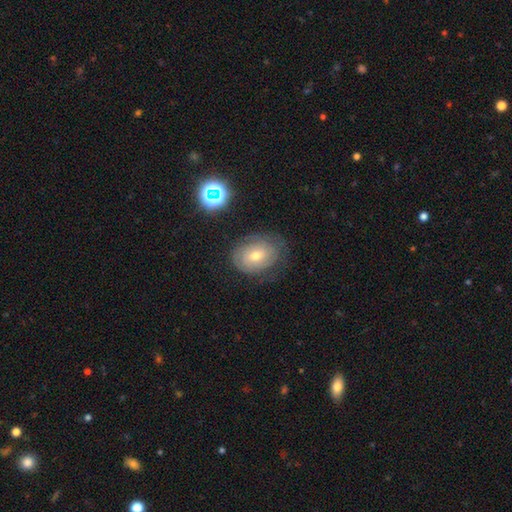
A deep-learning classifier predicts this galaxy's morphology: This appears to be a featured or disk galaxy (58%) with no bar (63%), spiral arms (76%) and a moderate central bulge (54%). Merging: none (69%).